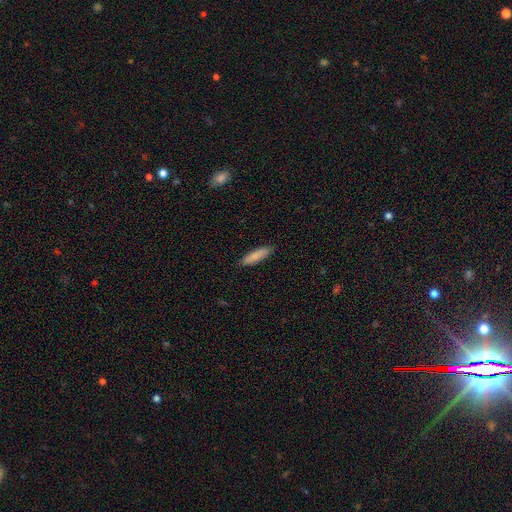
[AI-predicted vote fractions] Smooth or featured: smooth — 86% (featured or disk — 9%)
How rounded: cigar-shaped — 75% (in between — 24%)
Merging: none — 88% (minor disturbance — 9%)